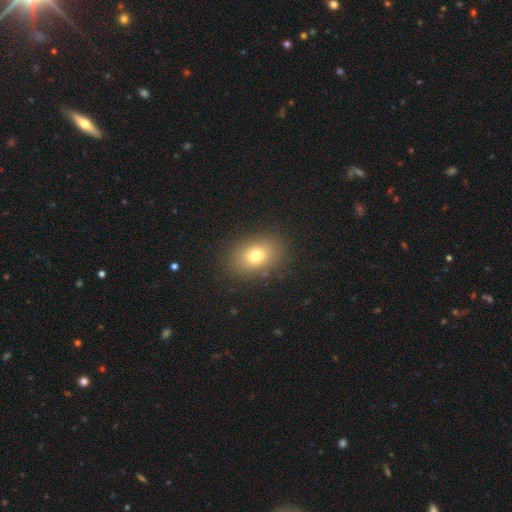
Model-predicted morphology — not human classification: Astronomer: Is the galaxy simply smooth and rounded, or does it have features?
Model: smooth — 74%.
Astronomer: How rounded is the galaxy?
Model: in between — 70%.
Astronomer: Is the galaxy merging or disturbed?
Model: none — 87%.